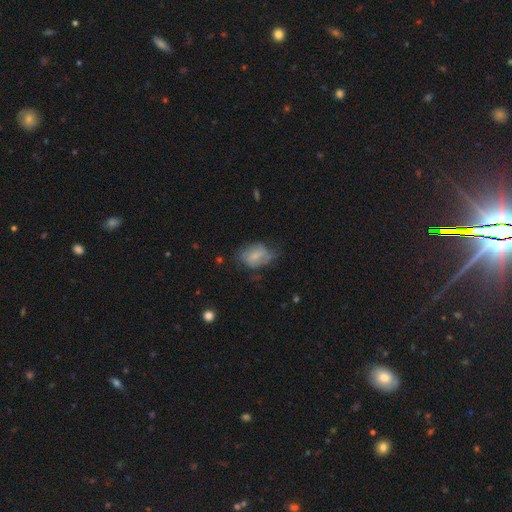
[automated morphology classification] Smooth or featured? Predicted: smooth (p=0.54). How rounded? Predicted: in between (p=0.80). Merging? Predicted: none (p=0.46).